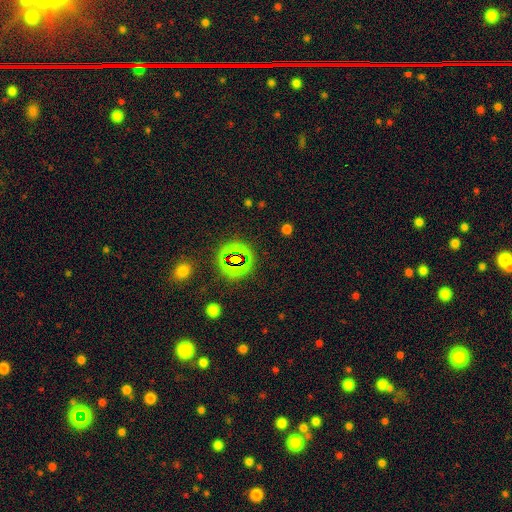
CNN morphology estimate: smooth_or_featured: star or artifact (p=0.60) [alt: smooth p=0.21]